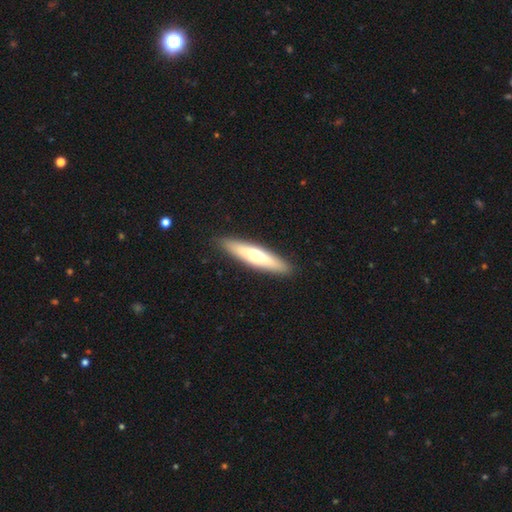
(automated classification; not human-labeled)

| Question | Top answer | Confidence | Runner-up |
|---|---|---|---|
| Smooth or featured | smooth | 53% | featured or disk (41%) |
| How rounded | cigar-shaped | 80% | in between (18%) |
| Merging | none | 90% | minor disturbance (7%) |